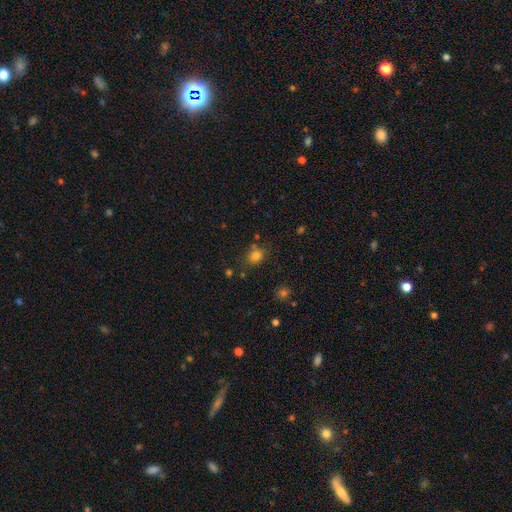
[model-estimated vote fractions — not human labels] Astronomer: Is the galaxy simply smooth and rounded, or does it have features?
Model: smooth — 78%.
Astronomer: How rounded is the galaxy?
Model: round — 63%.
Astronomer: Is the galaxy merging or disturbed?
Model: none — 73%.